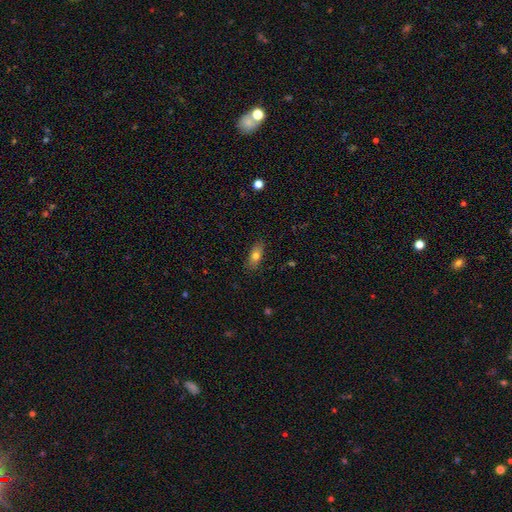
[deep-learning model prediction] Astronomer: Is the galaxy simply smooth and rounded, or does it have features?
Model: smooth — 75%.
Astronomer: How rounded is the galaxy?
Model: in between — 81%.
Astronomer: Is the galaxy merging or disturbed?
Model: none — 84%.